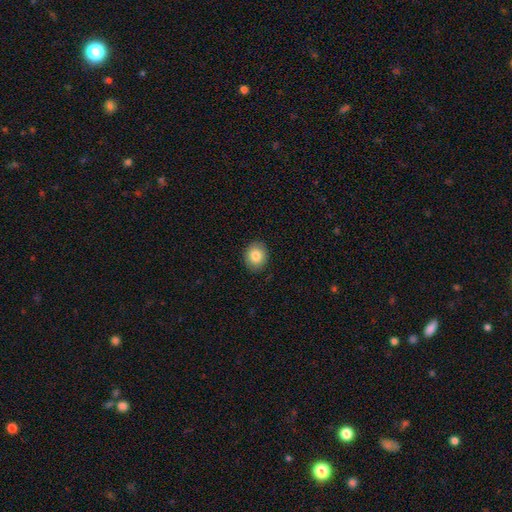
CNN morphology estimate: Overall: smooth (83%). How rounded: round (65%; in between 34%). Merging: none (89%).